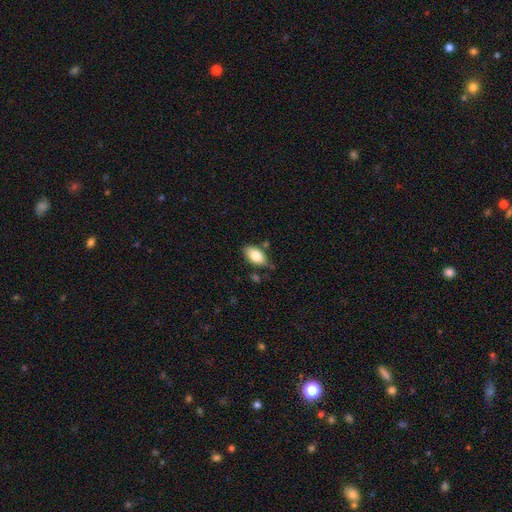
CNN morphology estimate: smooth-or-featured: smooth: 81% | featured or disk: 12% | star or artifact: 7%
  how-rounded: in between: 92% | round: 4% | cigar-shaped: 4%
  merging: none: 72% | minor disturbance: 20% | merger: 5% | major disturbance: 4%